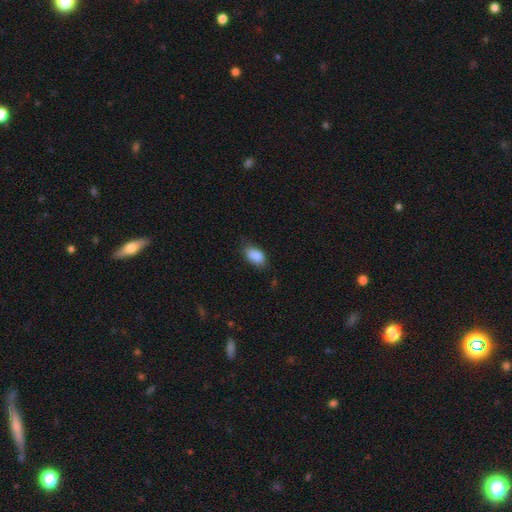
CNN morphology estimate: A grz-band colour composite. It shows a smooth galaxy with no disk features (87%) that is in between round and cigar-shaped (90%). Merging: none (68%).